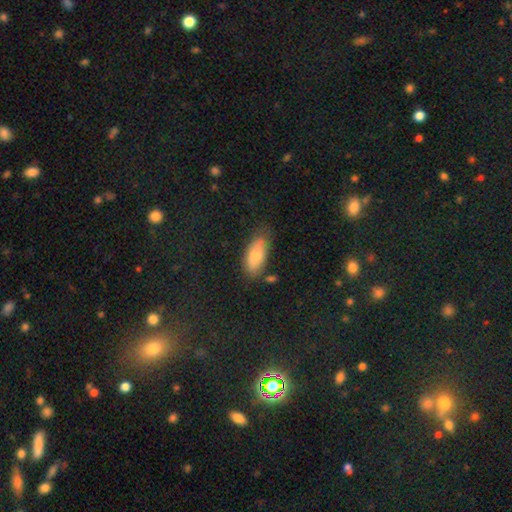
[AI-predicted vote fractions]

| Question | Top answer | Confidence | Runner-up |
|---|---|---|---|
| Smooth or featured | smooth | 75% | featured or disk (15%) |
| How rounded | in between | 84% | cigar-shaped (13%) |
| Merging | none | 70% | minor disturbance (21%) |